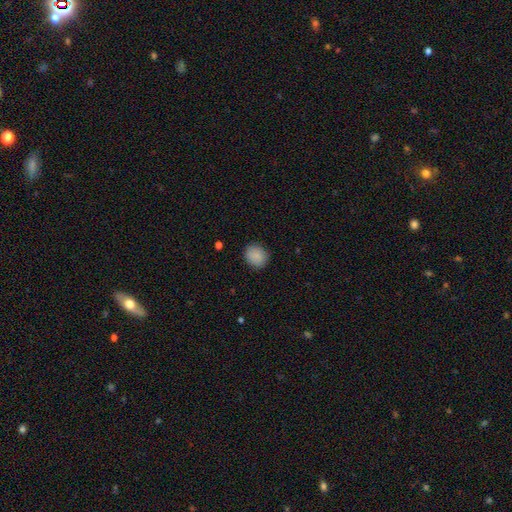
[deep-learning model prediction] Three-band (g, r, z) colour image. It shows a smooth galaxy with no disk features (89%) that is round (74%). Merging: none (88%).